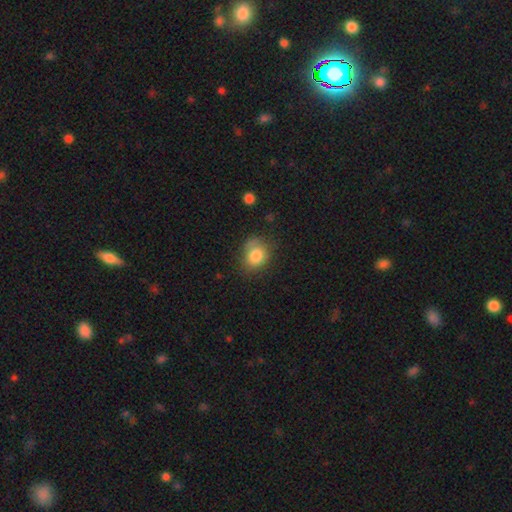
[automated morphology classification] Smooth or featured? smooth (81%)
How rounded? round (59%)
Merging? none (63%)